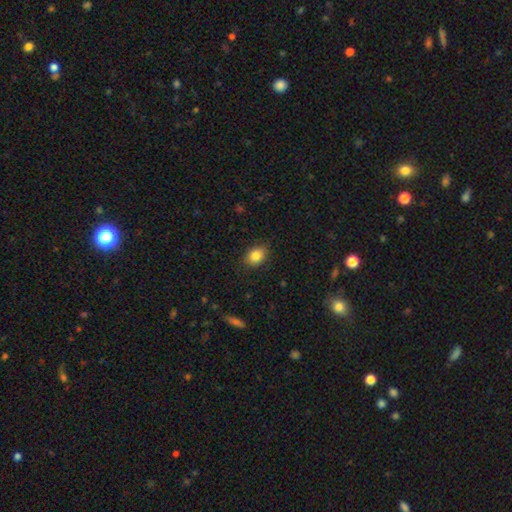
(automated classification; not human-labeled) smooth-or-featured: smooth: 85% | star or artifact: 9% | featured or disk: 6%
  how-rounded: in between: 64% | round: 35% | cigar-shaped: 1%
  merging: none: 85% | minor disturbance: 11% | major disturbance: 3% | merger: 1%